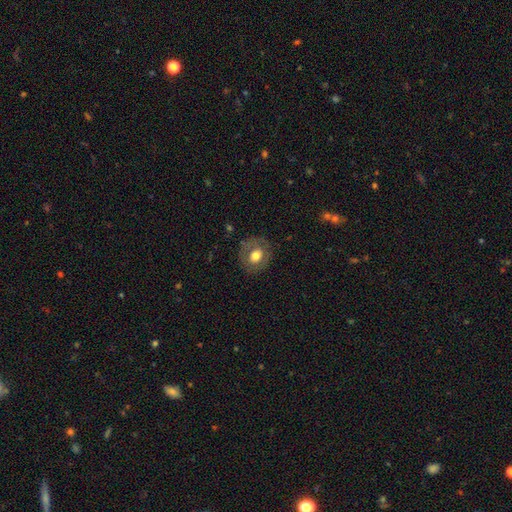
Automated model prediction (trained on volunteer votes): smooth_or_featured: smooth (p=0.62) [alt: featured or disk p=0.29]
how_rounded: round (p=0.71) [alt: in between p=0.28]
merging: none (p=0.81) [alt: minor disturbance p=0.13]